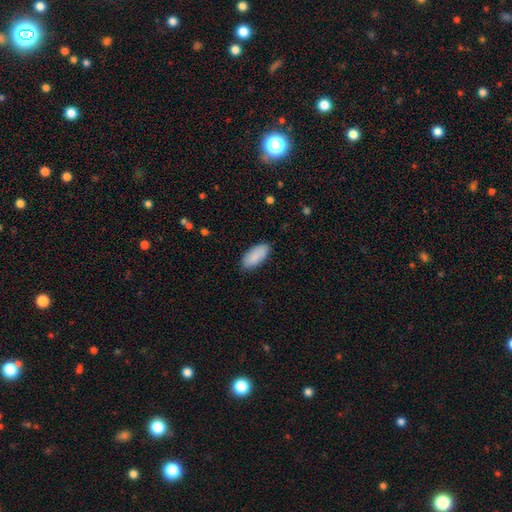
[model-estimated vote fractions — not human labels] This appears to be a smooth galaxy with no disk features (89%) that is in between round and cigar-shaped (90%). Merging: none (84%).